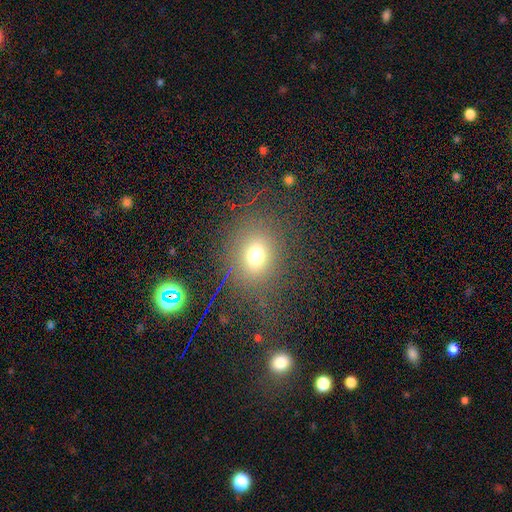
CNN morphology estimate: smooth 68%, star or artifact 21%, featured or disk 11%. Down the decision tree: how rounded — round (57%); merging — none (78%).